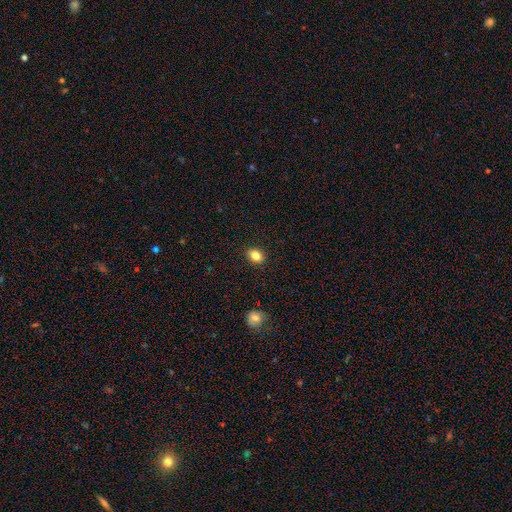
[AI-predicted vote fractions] The model was most divided on "how rounded": in between: 58%, round: 41%, cigar-shaped: 1%. More confident: merging — none (90%); smooth or featured — smooth (83%).